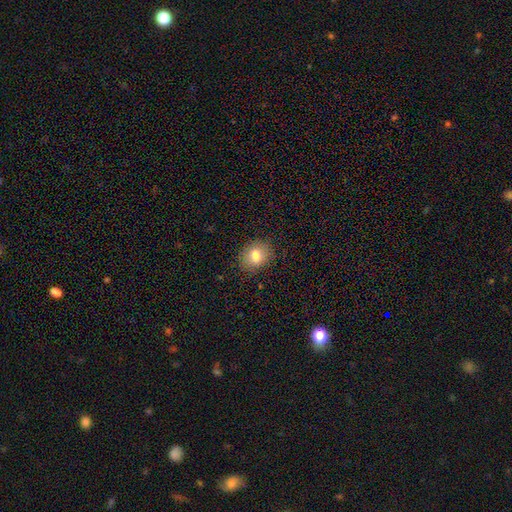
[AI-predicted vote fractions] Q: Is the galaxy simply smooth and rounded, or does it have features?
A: smooth — 79%.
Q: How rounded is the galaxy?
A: round — 50%.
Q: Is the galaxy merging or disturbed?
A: none — 85%.